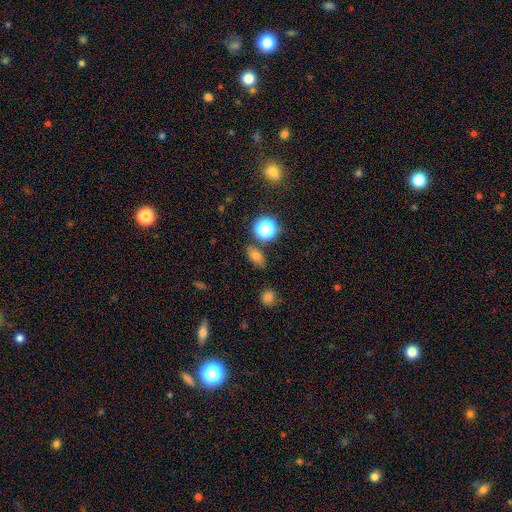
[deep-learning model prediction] Smooth or featured? Predicted: smooth (p=0.69). How rounded? Predicted: in between (p=0.69). Merging? Predicted: none (p=0.81).